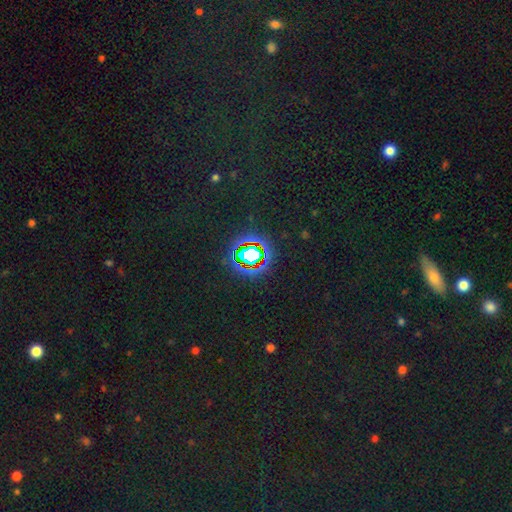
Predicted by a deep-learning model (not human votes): A star or artifact, not a galaxy (69%).